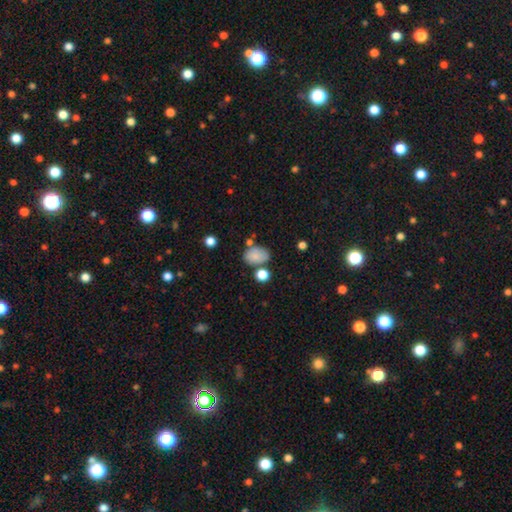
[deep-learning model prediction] Smooth or featured?
  - smooth: 81% *
  - featured or disk: 10%
  - star or artifact: 9%
How rounded?
  - in between: 80% *
  - round: 18%
  - cigar-shaped: 1%
Merging?
  - none: 59% *
  - minor disturbance: 19%
  - merger: 16%
  - major disturbance: 6%